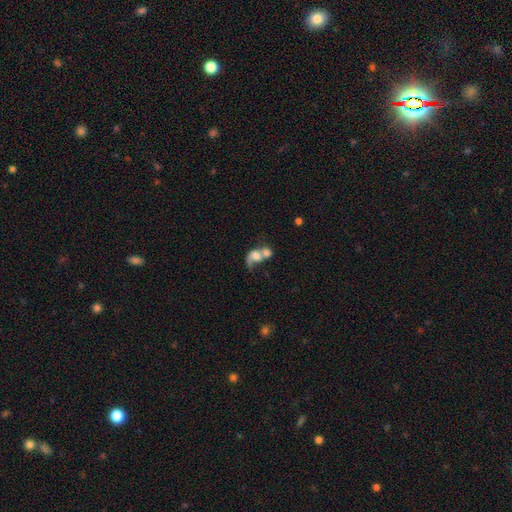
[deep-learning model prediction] The model was most divided on "smooth or featured": smooth: 46%, featured or disk: 44%, star or artifact: 10%. More confident: merging — merger (67%).